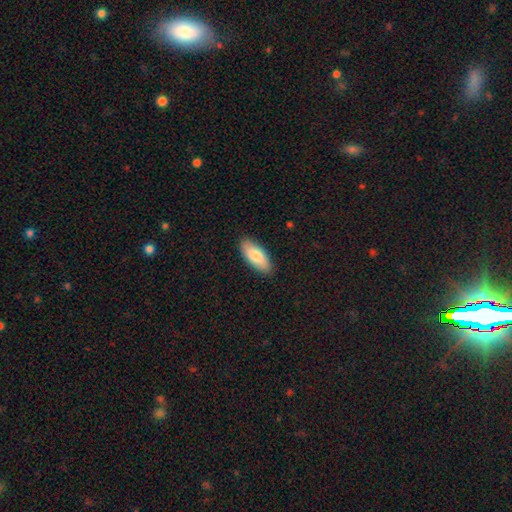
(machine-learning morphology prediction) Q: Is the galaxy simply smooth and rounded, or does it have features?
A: smooth — 83%.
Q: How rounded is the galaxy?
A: in between — 85%.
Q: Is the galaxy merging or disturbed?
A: none — 88%.